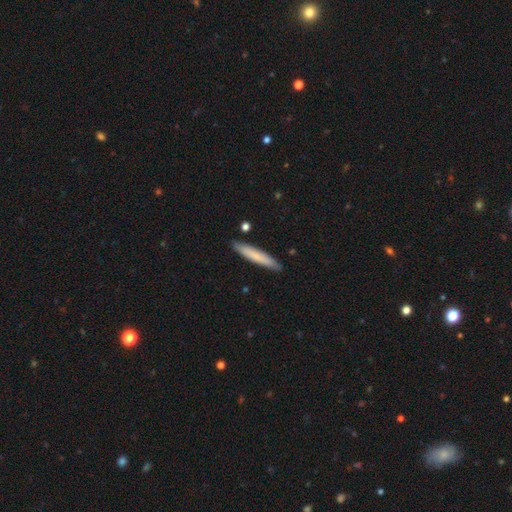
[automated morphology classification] A smooth galaxy with no disk features (73%) that is cigar-shaped (93%). Merging: none (89%).